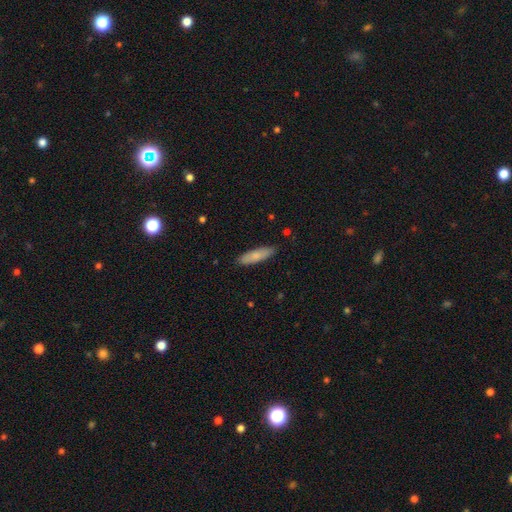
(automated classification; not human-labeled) Smooth or featured? Predicted: smooth (p=0.79). How rounded? Predicted: cigar-shaped (p=0.61). Merging? Predicted: none (p=0.87).